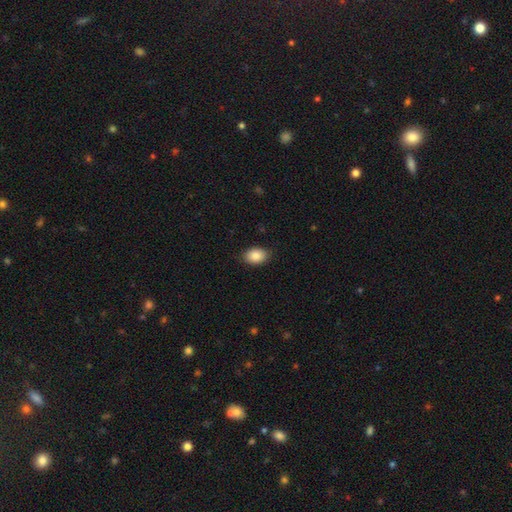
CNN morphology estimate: Smooth or featured? smooth (87%)
How rounded? in between (81%)
Merging? none (86%)